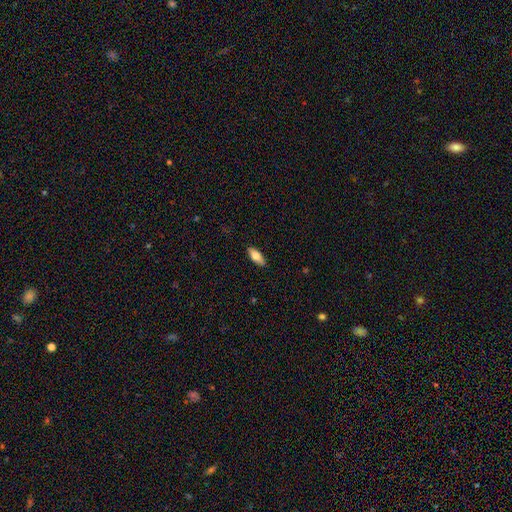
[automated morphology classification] Smooth or featured: smooth — 72% (featured or disk — 22%)
How rounded: in between — 78% (cigar-shaped — 20%)
Merging: none — 88% (minor disturbance — 9%)